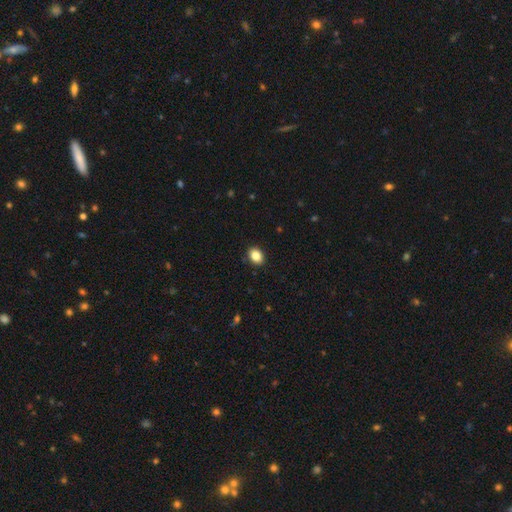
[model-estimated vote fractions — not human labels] This appears to be a smooth galaxy with no disk features (86%) that is in between round and cigar-shaped (69%). Merging: none (90%).